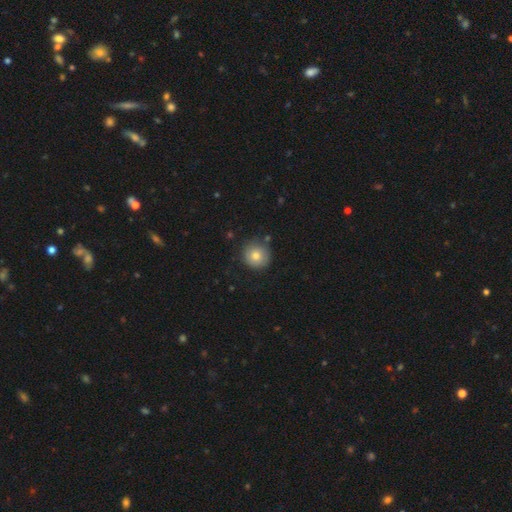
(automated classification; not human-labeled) smooth_or_featured: smooth (p=0.80) [alt: featured or disk p=0.10]
how_rounded: round (p=0.94) [alt: in between p=0.05]
merging: none (p=0.83) [alt: minor disturbance p=0.11]